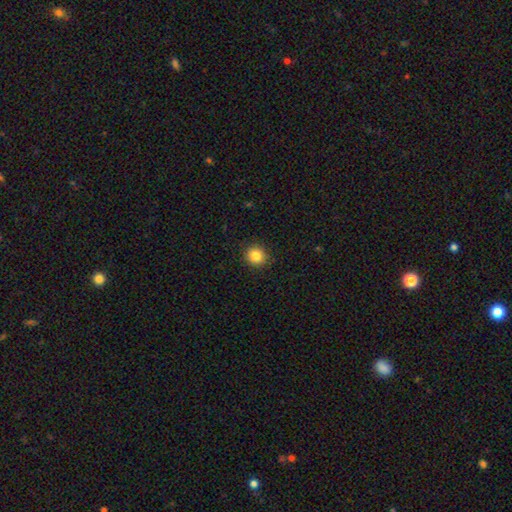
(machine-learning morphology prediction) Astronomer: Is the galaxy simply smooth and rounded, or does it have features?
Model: smooth — 84%.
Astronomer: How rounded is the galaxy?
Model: round — 88%.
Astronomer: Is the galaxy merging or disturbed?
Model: none — 91%.